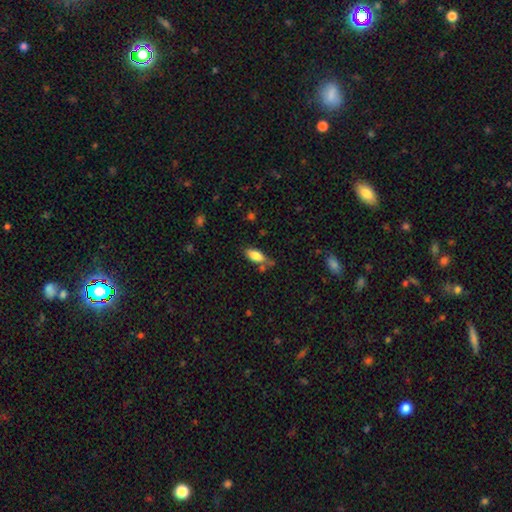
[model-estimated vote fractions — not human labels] This is clearly a smooth galaxy (82%). How rounded: clearly in between (84%). Merging: likely none (61%).